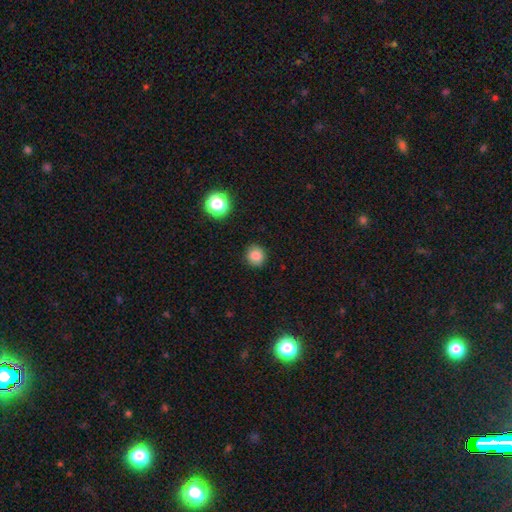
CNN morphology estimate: Smooth or featured?
  - smooth: 84% *
  - star or artifact: 12%
  - featured or disk: 4%
How rounded?
  - round: 88% *
  - in between: 12%
  - cigar-shaped: 1%
Merging?
  - none: 89% *
  - minor disturbance: 8%
  - major disturbance: 2%
  - merger: 1%